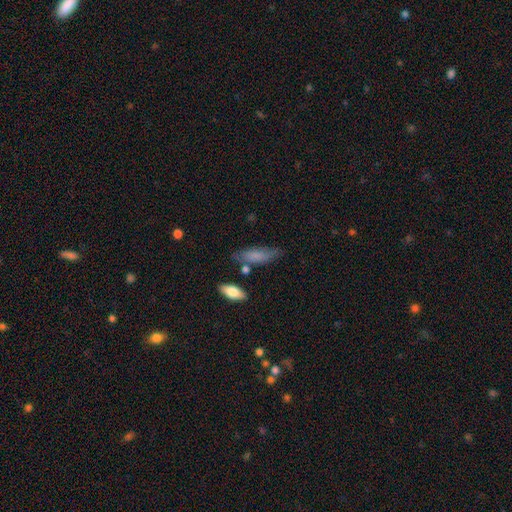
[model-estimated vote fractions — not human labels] smooth 78%, featured or disk 15%, star or artifact 7%. Down the decision tree: how rounded — in between (58%); merging — none (64%).